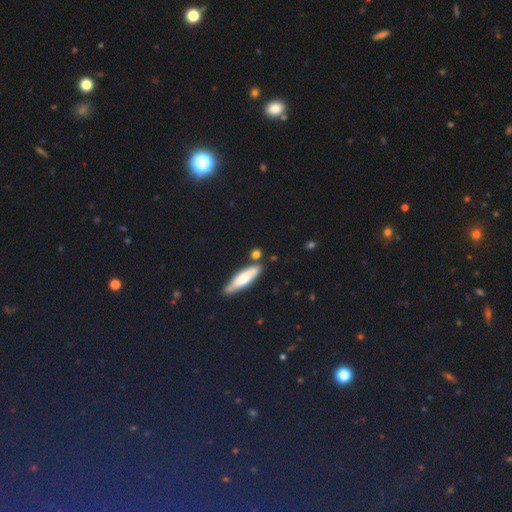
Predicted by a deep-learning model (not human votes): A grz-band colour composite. It shows a smooth galaxy with no disk features (48%). Merging: none (78%).